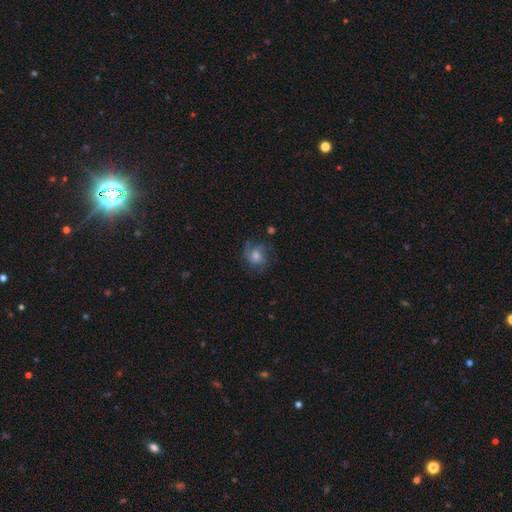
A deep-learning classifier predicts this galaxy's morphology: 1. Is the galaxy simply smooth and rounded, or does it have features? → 56% featured or disk, 30% smooth, 14% star or artifact.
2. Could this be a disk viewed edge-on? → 97% no, 3% yes.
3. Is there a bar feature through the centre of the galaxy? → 72% no, 25% weak, 4% strong.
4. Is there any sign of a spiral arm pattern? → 86% yes, 14% no.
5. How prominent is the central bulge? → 53% moderate, 20% small, 20% large, 6% none, 2% dominant.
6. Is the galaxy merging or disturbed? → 67% none, 19% minor disturbance, 13% major disturbance, 2% merger.